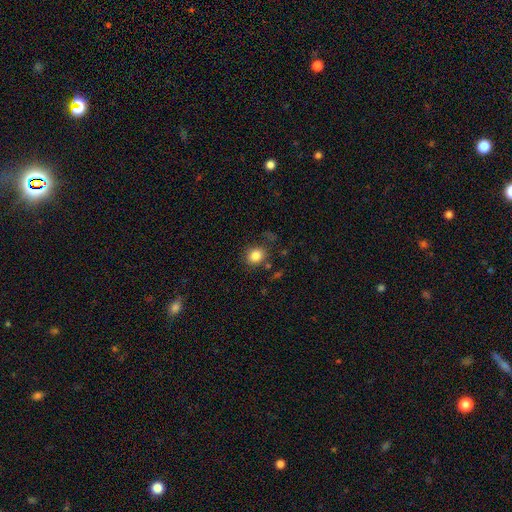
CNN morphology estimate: smooth_or_featured: smooth (p=0.84) [alt: star or artifact p=0.10]
how_rounded: round (p=0.71) [alt: in between p=0.28]
merging: none (p=0.78) [alt: minor disturbance p=0.13]